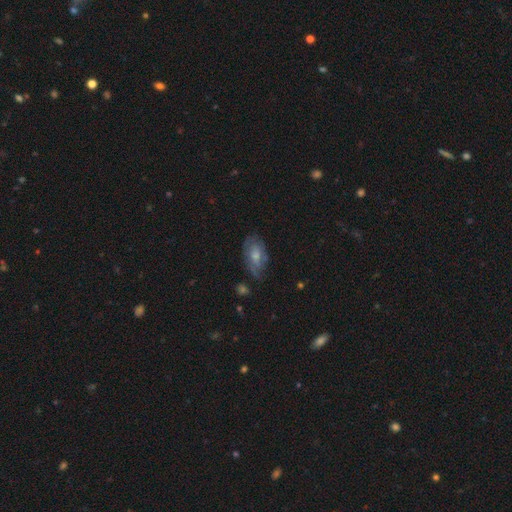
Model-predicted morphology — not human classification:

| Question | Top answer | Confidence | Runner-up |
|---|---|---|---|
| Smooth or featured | smooth | 47% | featured or disk (45%) |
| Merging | none | 55% | minor disturbance (29%) |